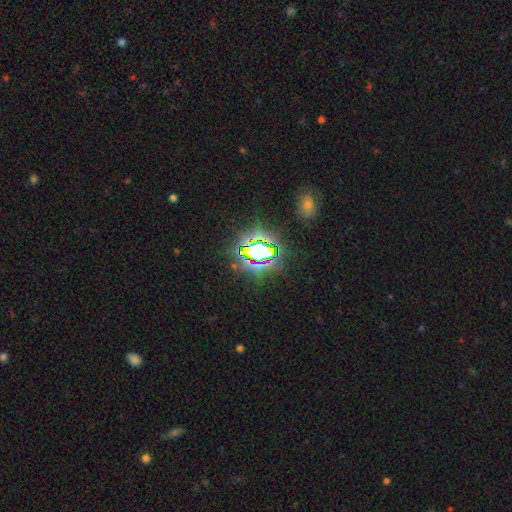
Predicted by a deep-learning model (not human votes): Smooth or featured? star or artifact (74%)